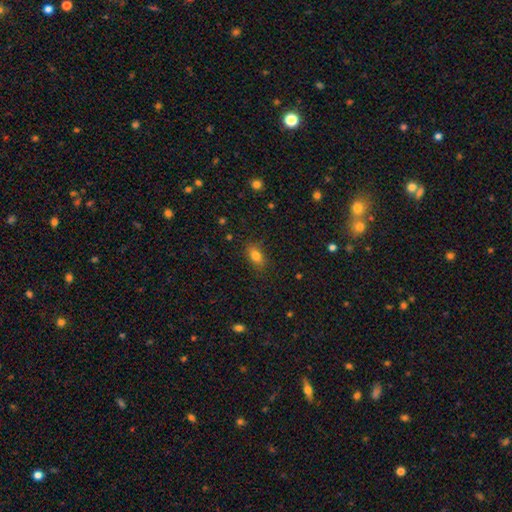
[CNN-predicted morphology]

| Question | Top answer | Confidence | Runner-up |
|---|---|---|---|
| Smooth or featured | smooth | 81% | star or artifact (10%) |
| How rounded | in between | 84% | round (10%) |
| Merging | none | 82% | minor disturbance (13%) |